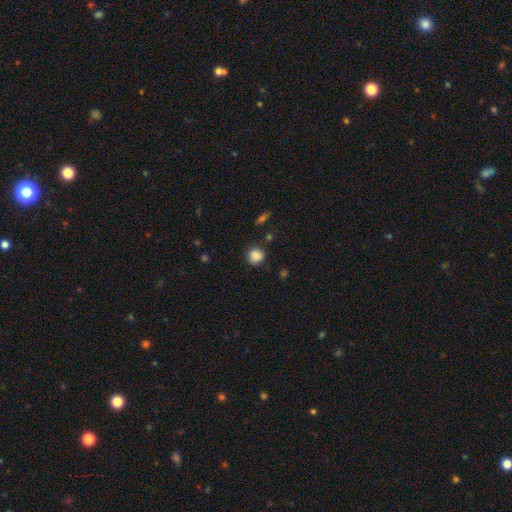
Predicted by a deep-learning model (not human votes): This appears to be a smooth galaxy with no disk features (87%) that is round (89%). Merging: none (84%).